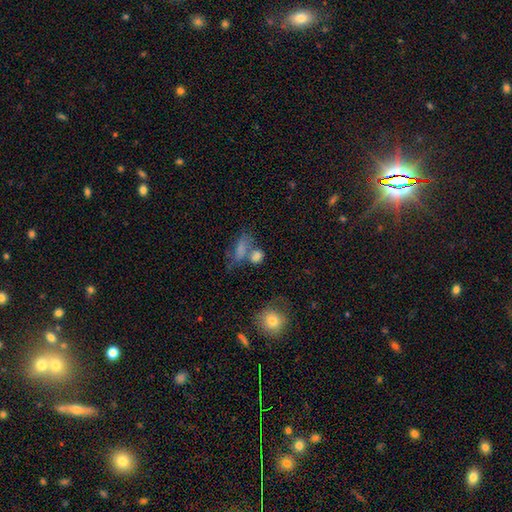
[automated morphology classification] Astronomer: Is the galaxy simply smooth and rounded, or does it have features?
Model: smooth — 72%.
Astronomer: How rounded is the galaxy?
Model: in between — 66%.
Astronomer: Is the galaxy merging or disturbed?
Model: merger — 39% (runner-up: none, 37%).